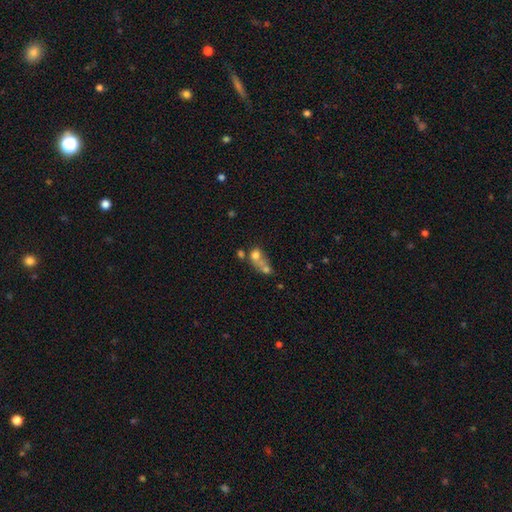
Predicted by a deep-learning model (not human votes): smooth-or-featured: smooth: 63% | featured or disk: 23% | star or artifact: 14%
  how-rounded: round: 56% | in between: 41% | cigar-shaped: 3%
  merging: merger: 61% | none: 21% | major disturbance: 11% | minor disturbance: 8%